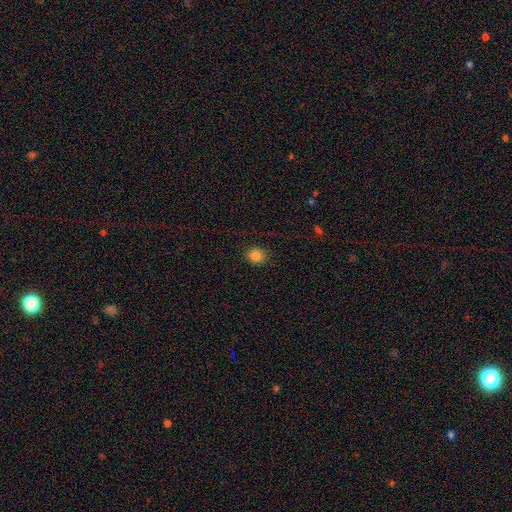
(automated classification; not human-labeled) The model was most divided on "how rounded": round: 86%, in between: 13%, cigar-shaped: 1%. More confident: merging — none (89%); smooth or featured — smooth (84%).